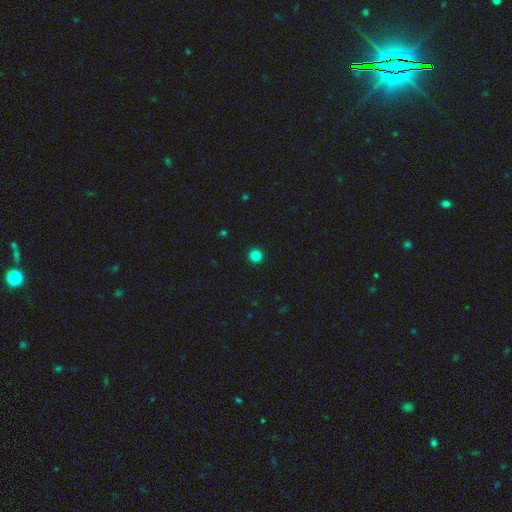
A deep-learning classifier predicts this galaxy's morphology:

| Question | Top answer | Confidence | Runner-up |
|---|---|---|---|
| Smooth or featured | smooth | 84% | star or artifact (13%) |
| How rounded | round | 96% | in between (3%) |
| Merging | none | 93% | minor disturbance (4%) |